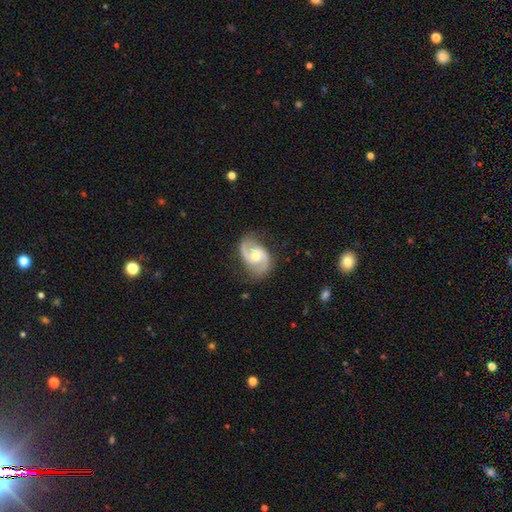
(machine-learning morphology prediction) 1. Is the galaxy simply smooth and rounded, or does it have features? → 88% featured or disk, 8% smooth, 5% star or artifact.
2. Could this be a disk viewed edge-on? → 98% no, 2% yes.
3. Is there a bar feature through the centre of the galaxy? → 51% no, 39% weak, 9% strong.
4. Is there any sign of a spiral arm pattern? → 97% yes, 3% no.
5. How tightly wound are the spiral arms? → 53% medium, 32% loose, 16% tight.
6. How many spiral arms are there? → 93% 2, 2% can't tell, 2% 1, 1% 3, 1% 4, 1% more than 4.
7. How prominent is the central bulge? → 65% moderate, 30% small, 3% large, 1% none, 1% dominant.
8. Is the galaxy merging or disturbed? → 78% none, 16% minor disturbance, 5% major disturbance, 1% merger.